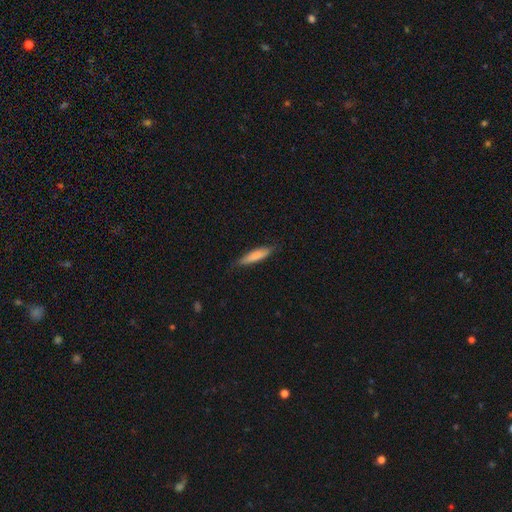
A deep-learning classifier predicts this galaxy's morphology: smooth 79%, featured or disk 16%, star or artifact 6%. Down the decision tree: how rounded — cigar-shaped (80%); merging — none (83%).